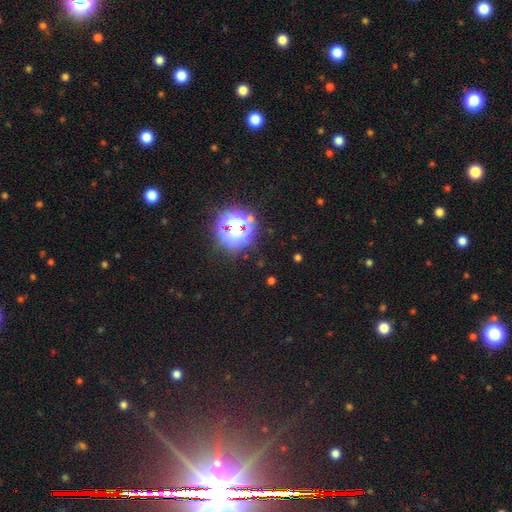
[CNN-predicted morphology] Overall: star or artifact (80%).